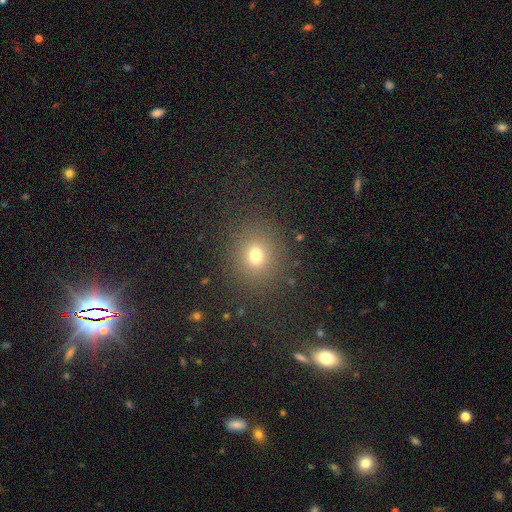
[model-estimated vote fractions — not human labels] This appears to be a smooth galaxy with no disk features (72%) that is round (76%). Merging: none (86%).